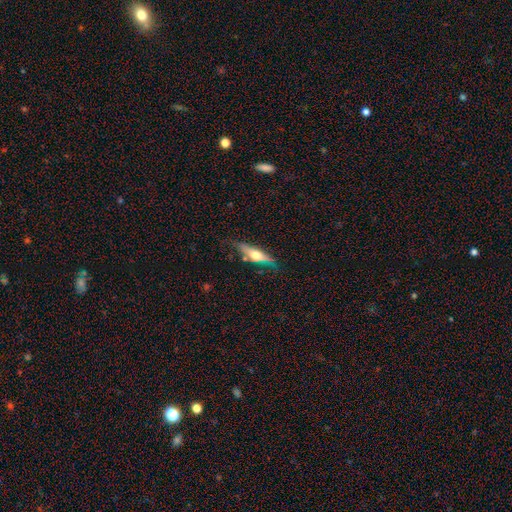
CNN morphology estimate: Overall: featured or disk (50%; smooth 44%). Merging: none (65%).